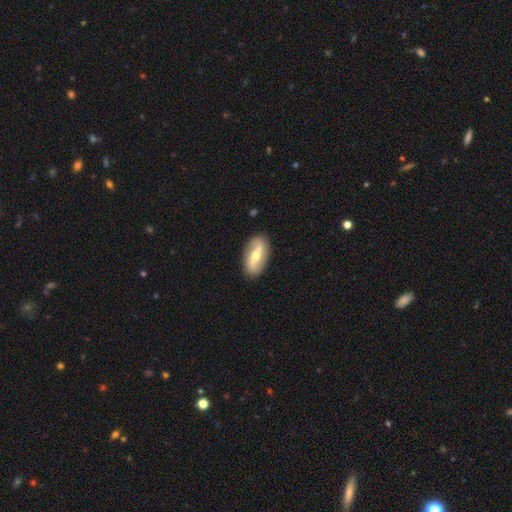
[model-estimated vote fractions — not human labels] Q: Smooth or featured?
A: featured or disk (69%); runner-up: smooth (26%)
Q: Edge-on disk?
A: no (89%); runner-up: yes (11%)
Q: Bar?
A: strong (43%); runner-up: weak (34%)
Q: Spiral arms?
A: yes (80%); runner-up: no (20%)
Q: Bulge size?
A: moderate (62%); runner-up: small (31%)
Q: Merging?
A: none (88%); runner-up: minor disturbance (9%)